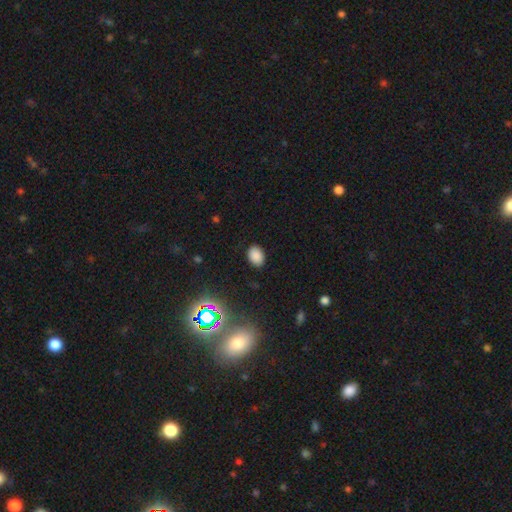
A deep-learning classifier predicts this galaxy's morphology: Smooth or featured?
  - smooth: 83% *
  - star or artifact: 13%
  - featured or disk: 4%
How rounded?
  - in between: 79% *
  - round: 20%
  - cigar-shaped: 1%
Merging?
  - none: 87% *
  - minor disturbance: 10%
  - major disturbance: 3%
  - merger: 1%